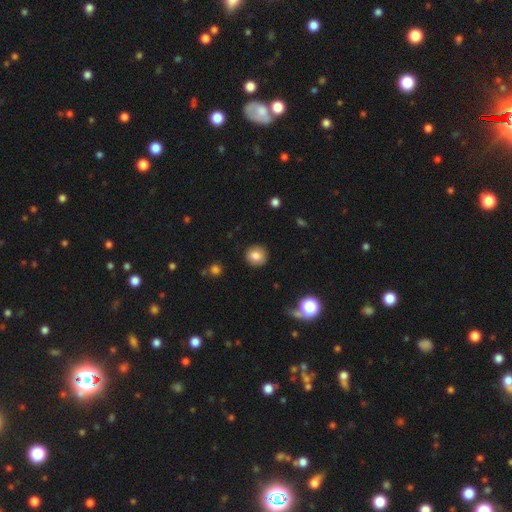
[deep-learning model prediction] A smooth galaxy with no disk features (82%) that is round (92%). Merging: none (89%).